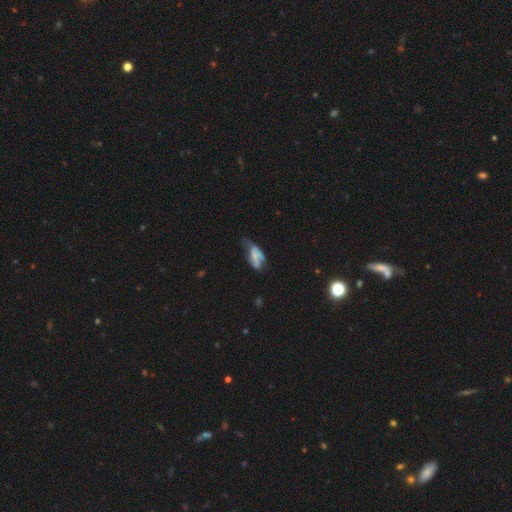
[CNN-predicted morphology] Smooth or featured?
  - featured or disk: 49% *
  - smooth: 41%
  - star or artifact: 10%
Merging?
  - major disturbance: 35% *
  - minor disturbance: 30%
  - none: 28%
  - merger: 7%